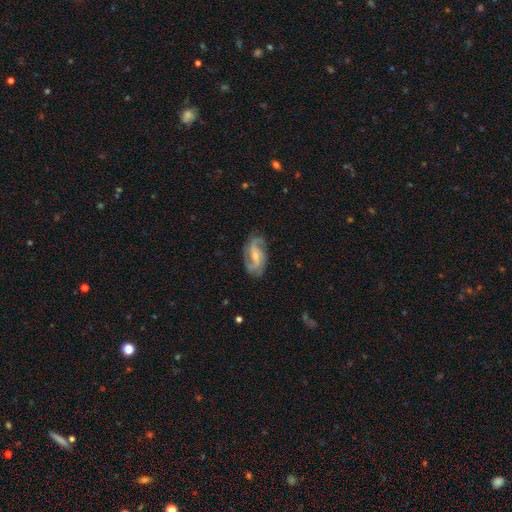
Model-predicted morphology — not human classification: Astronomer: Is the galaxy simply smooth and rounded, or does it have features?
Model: featured or disk — 83%.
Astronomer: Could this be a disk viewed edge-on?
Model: no — 96%.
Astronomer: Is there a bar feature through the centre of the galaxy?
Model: weak — 47% (runner-up: no, 35%).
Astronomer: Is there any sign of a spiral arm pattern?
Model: yes — 96%.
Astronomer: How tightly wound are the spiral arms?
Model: medium — 46% (runner-up: loose, 33%).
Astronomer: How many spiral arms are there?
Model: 2 — 56%.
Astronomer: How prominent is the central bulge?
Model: small — 58% (runner-up: moderate, 35%).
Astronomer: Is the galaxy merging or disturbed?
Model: none — 75%.